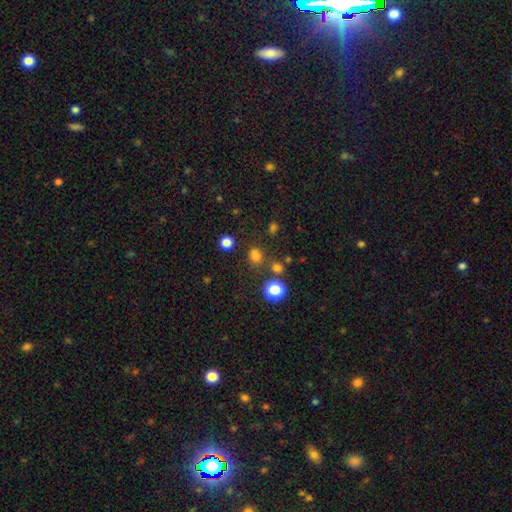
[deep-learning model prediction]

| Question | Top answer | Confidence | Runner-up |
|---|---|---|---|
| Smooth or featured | smooth | 67% | star or artifact (27%) |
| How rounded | round | 78% | in between (21%) |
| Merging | none | 70% | merger (14%) |